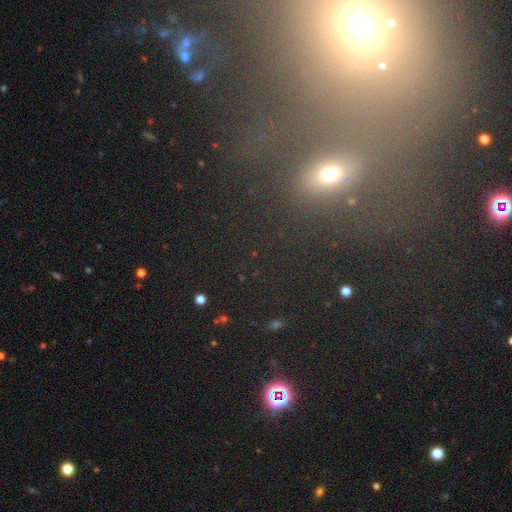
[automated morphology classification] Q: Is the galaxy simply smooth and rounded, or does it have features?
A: star or artifact — 48%.